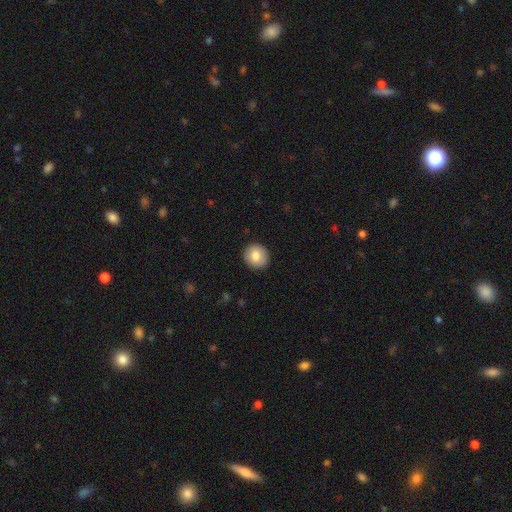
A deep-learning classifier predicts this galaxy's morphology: Smooth or featured? Predicted: smooth (p=0.84). How rounded? Predicted: round (p=0.89). Merging? Predicted: none (p=0.92).